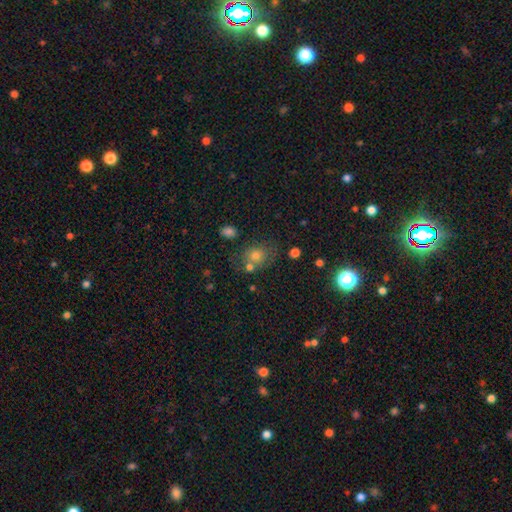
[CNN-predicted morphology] type=smooth (63%); roundness=round (62%); merging=none (61%).